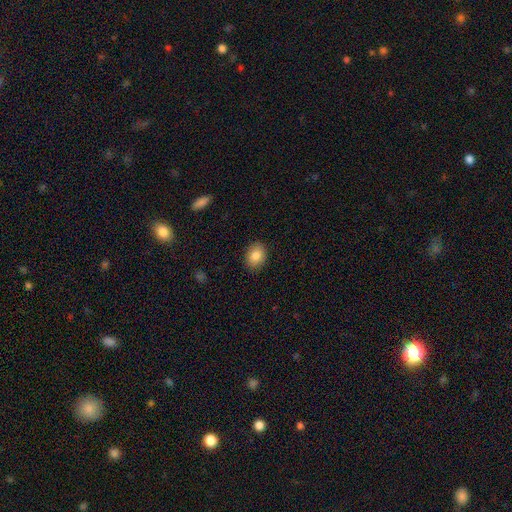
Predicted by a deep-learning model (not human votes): Smooth or featured?
  - smooth: 85% *
  - star or artifact: 8%
  - featured or disk: 7%
How rounded?
  - in between: 63% *
  - round: 36%
  - cigar-shaped: 1%
Merging?
  - none: 89% *
  - minor disturbance: 8%
  - major disturbance: 2%
  - merger: 1%